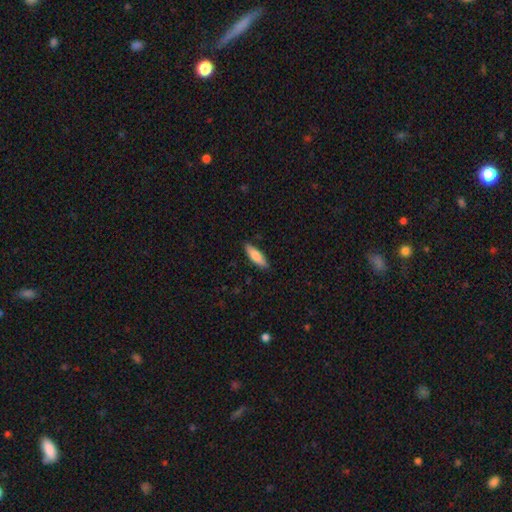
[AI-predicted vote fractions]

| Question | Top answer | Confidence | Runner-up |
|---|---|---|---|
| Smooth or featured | smooth | 80% | featured or disk (15%) |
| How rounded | cigar-shaped | 52% | in between (46%) |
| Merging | none | 87% | minor disturbance (10%) |